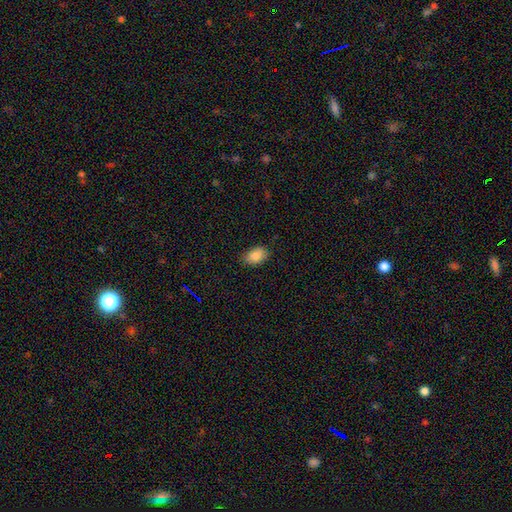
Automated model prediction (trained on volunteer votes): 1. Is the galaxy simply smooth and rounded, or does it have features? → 86% smooth, 8% star or artifact, 6% featured or disk.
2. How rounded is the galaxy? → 88% in between, 11% round, 1% cigar-shaped.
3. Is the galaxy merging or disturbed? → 84% none, 13% minor disturbance, 2% major disturbance, 1% merger.